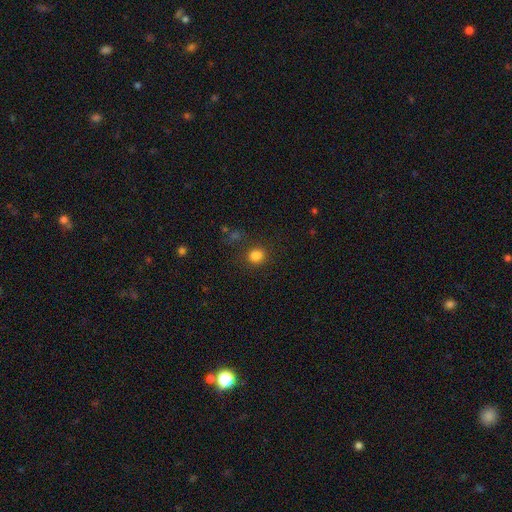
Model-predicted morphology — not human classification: This is clearly a smooth galaxy (81%). How rounded: likely round (69%). Merging: likely none (72%).